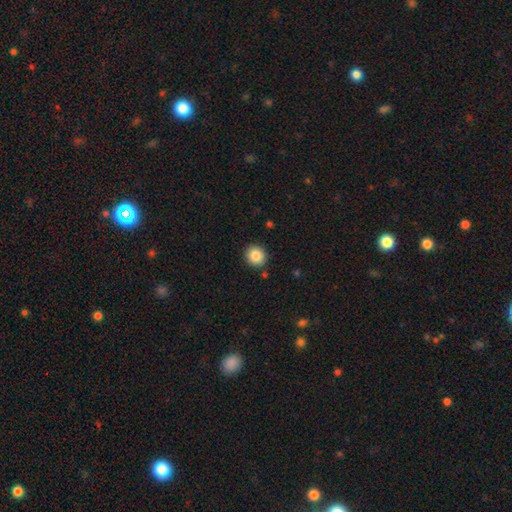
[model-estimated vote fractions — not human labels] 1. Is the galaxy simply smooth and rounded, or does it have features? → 85% smooth, 9% star or artifact, 6% featured or disk.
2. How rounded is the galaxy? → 87% round, 12% in between, 1% cigar-shaped.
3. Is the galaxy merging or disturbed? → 90% none, 6% minor disturbance, 2% major disturbance, 2% merger.